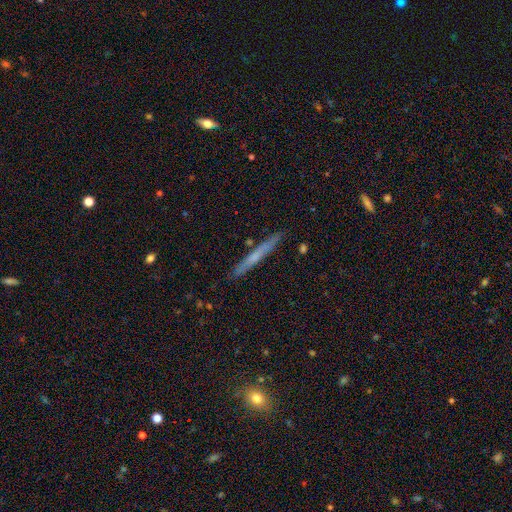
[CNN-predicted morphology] Smooth or featured? Predicted: smooth (p=0.47). Merging? Predicted: none (p=0.89).